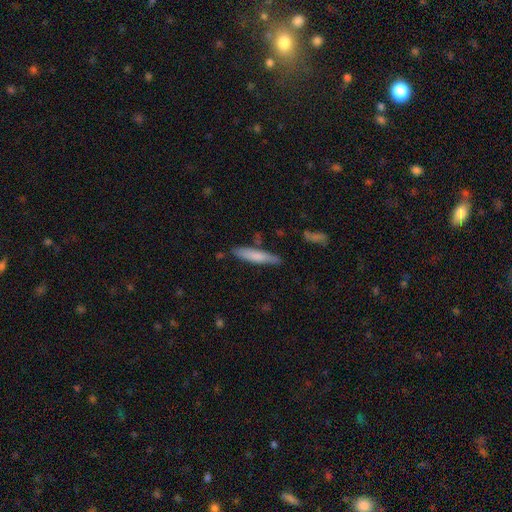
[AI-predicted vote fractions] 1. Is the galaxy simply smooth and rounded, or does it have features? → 75% smooth, 20% featured or disk, 6% star or artifact.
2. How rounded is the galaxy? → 86% cigar-shaped, 13% in between, 1% round.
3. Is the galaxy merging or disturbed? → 81% none, 13% minor disturbance, 3% merger, 3% major disturbance.